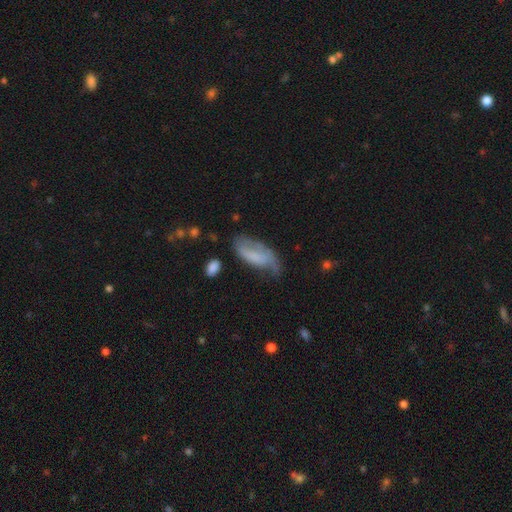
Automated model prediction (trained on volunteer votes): Smooth or featured? smooth (55%)
How rounded? in between (82%)
Merging? none (38%)